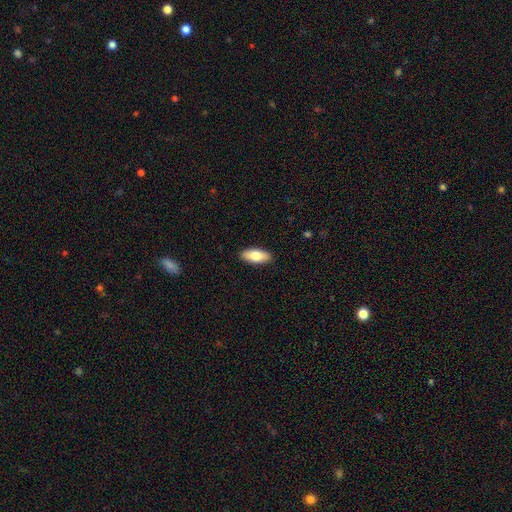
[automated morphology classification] Smooth or featured? smooth (77%)
How rounded? in between (85%)
Merging? none (90%)